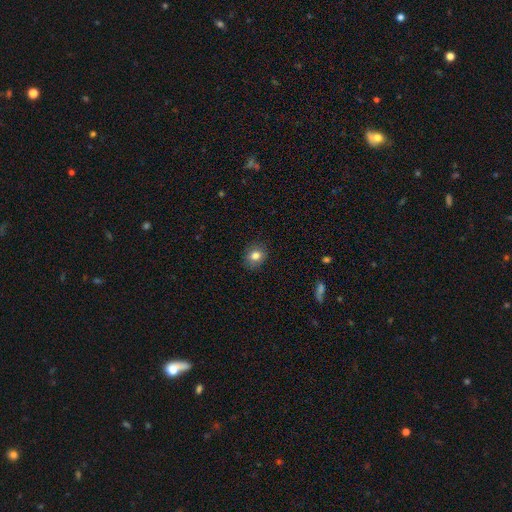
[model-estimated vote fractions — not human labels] This is clearly a smooth galaxy (81%). How rounded: likely round (67%). Merging: clearly none (88%).